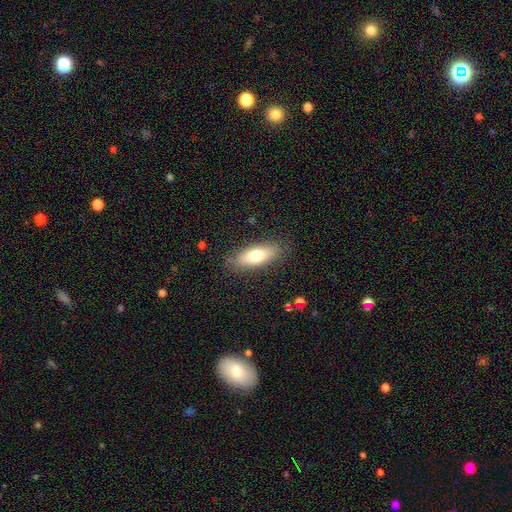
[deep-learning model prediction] smooth 72%, featured or disk 21%, star or artifact 7%. Down the decision tree: how rounded — in between (66%); merging — none (84%).